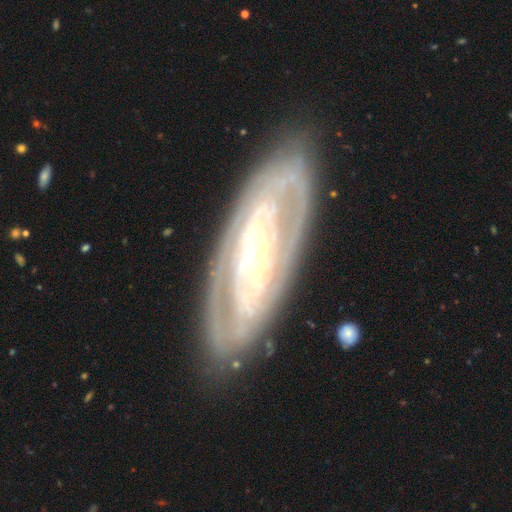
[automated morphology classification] Smooth or featured? featured or disk (84%)
Edge-on disk? no (88%)
Bar? no (51%)
Spiral arms? yes (79%)
Spiral winding? tight (69%)
Spiral arm count? 2 (43%)
Bulge size? small (69%)
Merging? none (82%)